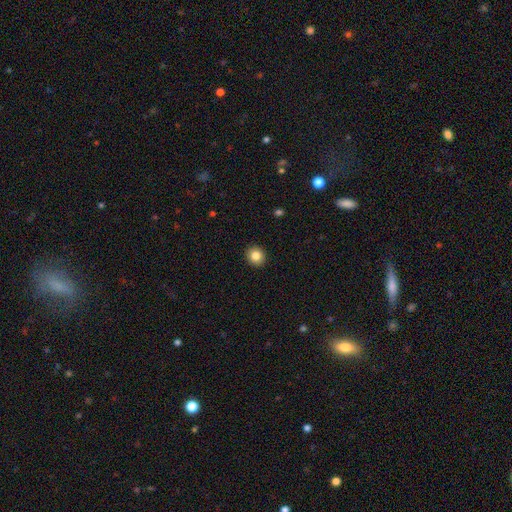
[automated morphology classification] This is clearly a smooth galaxy (84%). How rounded: clearly round (89%). Merging: clearly none (93%).